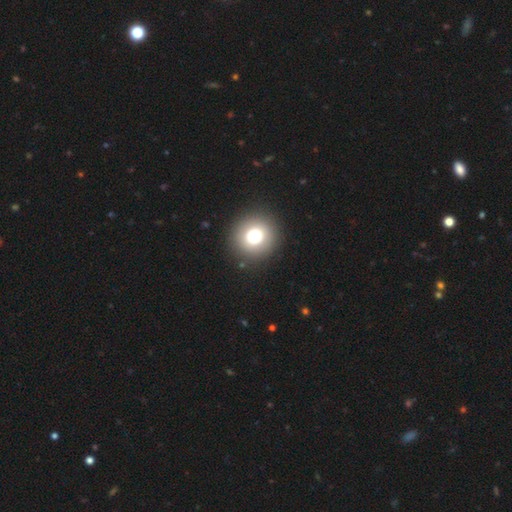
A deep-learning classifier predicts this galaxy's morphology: Smooth or featured: smooth — 66% (star or artifact — 23%)
How rounded: round — 92% (in between — 7%)
Merging: none — 92% (minor disturbance — 4%)